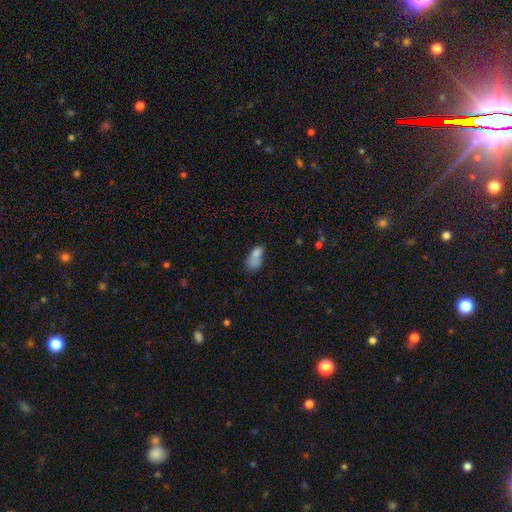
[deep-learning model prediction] smooth-or-featured: smooth: 74% | featured or disk: 15% | star or artifact: 11%
  how-rounded: in between: 81% | round: 12% | cigar-shaped: 7%
  merging: merger: 48% | none: 24% | minor disturbance: 15% | major disturbance: 13%